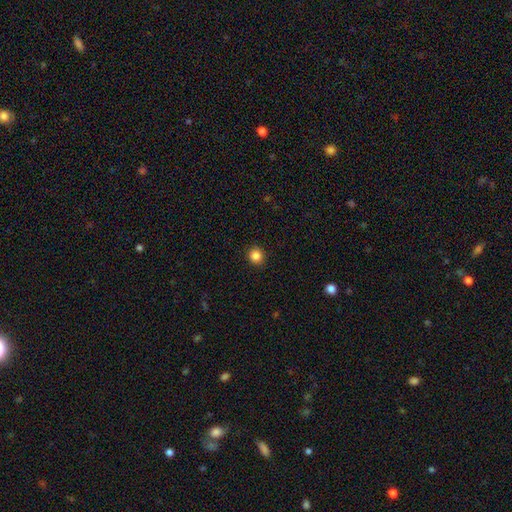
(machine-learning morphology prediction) Smooth or featured? Predicted: smooth (p=0.85). How rounded? Predicted: round (p=0.91). Merging? Predicted: none (p=0.92).